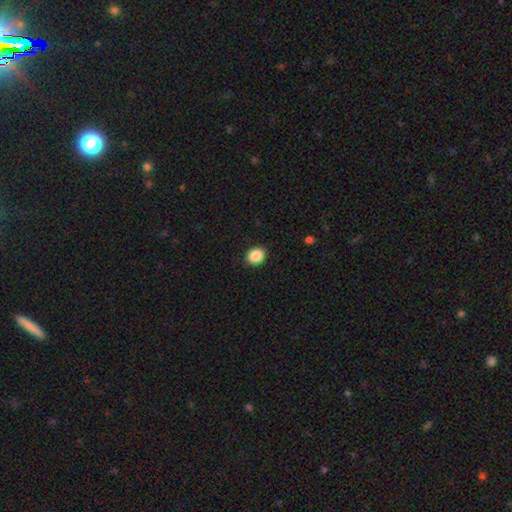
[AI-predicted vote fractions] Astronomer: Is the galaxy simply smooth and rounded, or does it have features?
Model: smooth — 88%.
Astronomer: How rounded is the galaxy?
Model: round — 60% (runner-up: in between, 39%).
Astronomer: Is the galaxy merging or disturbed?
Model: none — 90%.